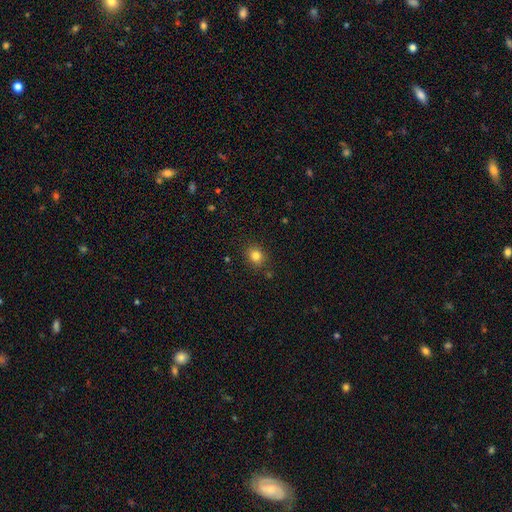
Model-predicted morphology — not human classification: smooth 82%, star or artifact 12%, featured or disk 6%. Down the decision tree: how rounded — round (73%); merging — none (86%).